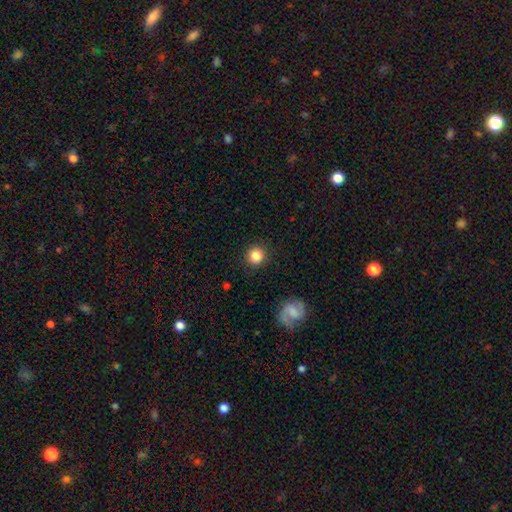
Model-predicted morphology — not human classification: Q: Smooth or featured?
A: smooth (84%); runner-up: star or artifact (10%)
Q: How rounded?
A: round (92%); runner-up: in between (7%)
Q: Merging?
A: none (89%); runner-up: minor disturbance (7%)